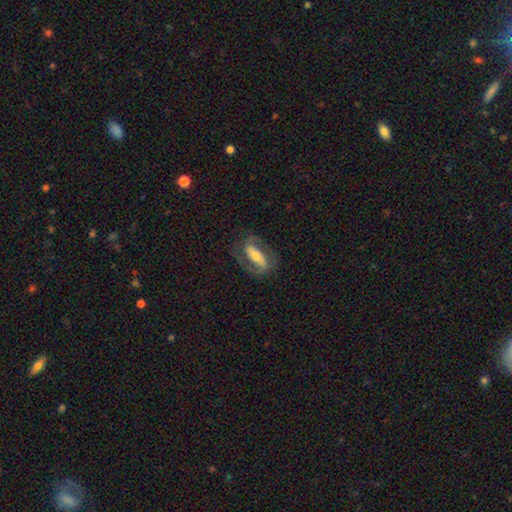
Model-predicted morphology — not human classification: smooth_or_featured: featured or disk (p=0.76) [alt: smooth p=0.17]
disk_edge_on: no (p=0.89) [alt: yes p=0.11]
bar: strong (p=0.61) [alt: weak p=0.22]
has_spiral_arms: yes (p=0.86) [alt: no p=0.14]
spiral_winding: medium (p=0.46) [alt: tight p=0.32]
spiral_arm_count: 2 (p=0.86) [alt: can't tell p=0.06]
bulge_size: moderate (p=0.52) [alt: small p=0.34]
merging: none (p=0.74) [alt: minor disturbance p=0.14]